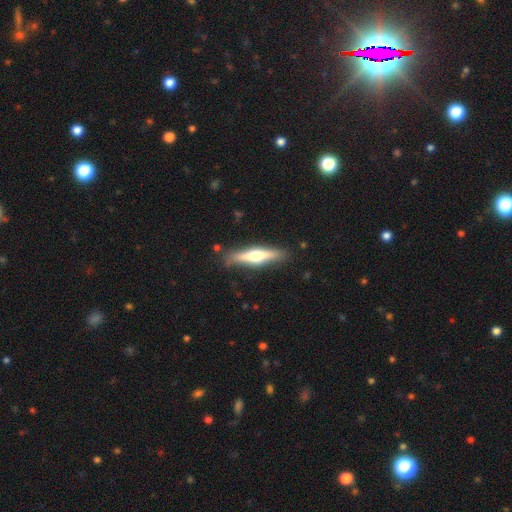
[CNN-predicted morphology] Smooth or featured?
  - featured or disk: 57% *
  - smooth: 38%
  - star or artifact: 5%
Edge-on disk?
  - yes: 94% *
  - no: 6%
Edge-on bulge?
  - rounded: 89% *
  - boxy: 6%
  - none: 5%
Merging?
  - none: 85% *
  - minor disturbance: 11%
  - major disturbance: 2%
  - merger: 2%